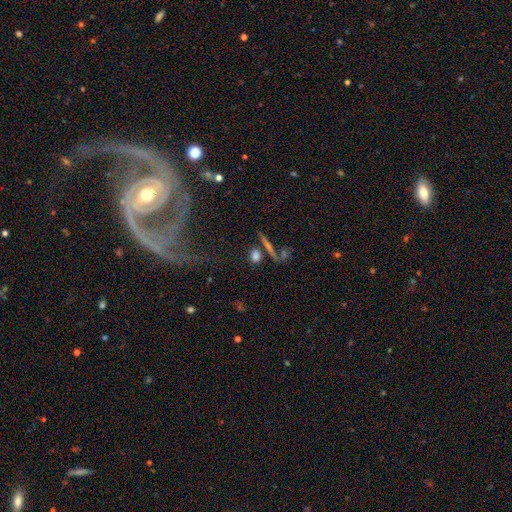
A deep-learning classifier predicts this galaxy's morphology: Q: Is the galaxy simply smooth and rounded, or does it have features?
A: smooth — 72%.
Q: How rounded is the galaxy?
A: round — 42%.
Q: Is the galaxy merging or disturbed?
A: none — 69%.